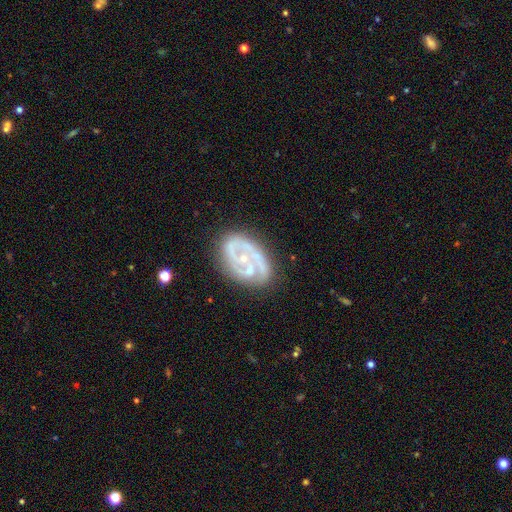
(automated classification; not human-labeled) Smooth or featured? featured or disk (81%)
Edge-on disk? no (97%)
Bar? no (70%)
Spiral arms? yes (82%)
Spiral winding? tight (47%)
Spiral arm count? 2 (47%)
Bulge size? small (61%)
Merging? none (63%)